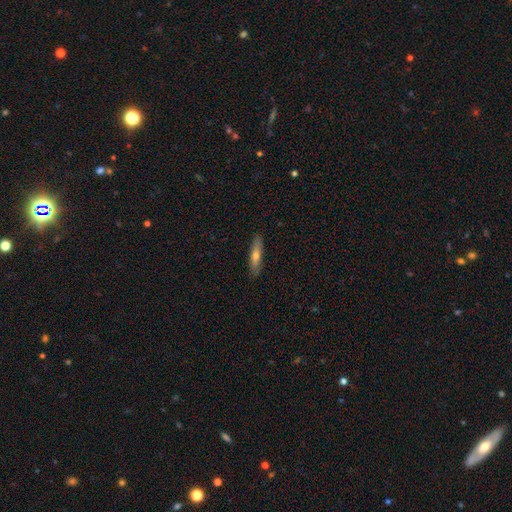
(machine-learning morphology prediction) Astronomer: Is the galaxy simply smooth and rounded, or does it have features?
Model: smooth — 59% (runner-up: featured or disk, 35%).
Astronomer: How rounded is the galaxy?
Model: cigar-shaped — 82%.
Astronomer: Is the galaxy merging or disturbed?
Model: none — 89%.